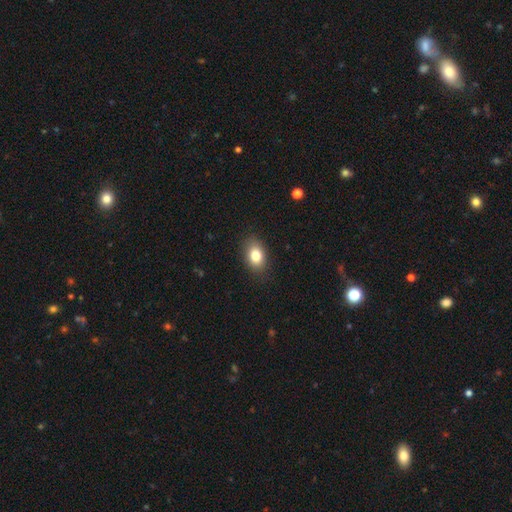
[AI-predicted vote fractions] Morphology: type=smooth (81%); roundness=in between (79%); merging=none (86%).